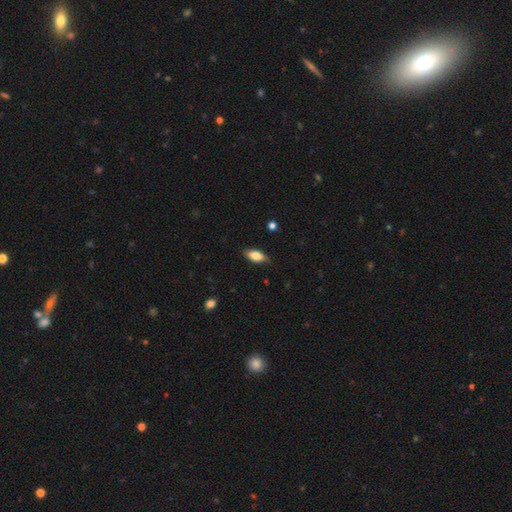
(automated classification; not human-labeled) This is likely a smooth galaxy (78%). How rounded: clearly in between (84%). Merging: clearly none (83%).